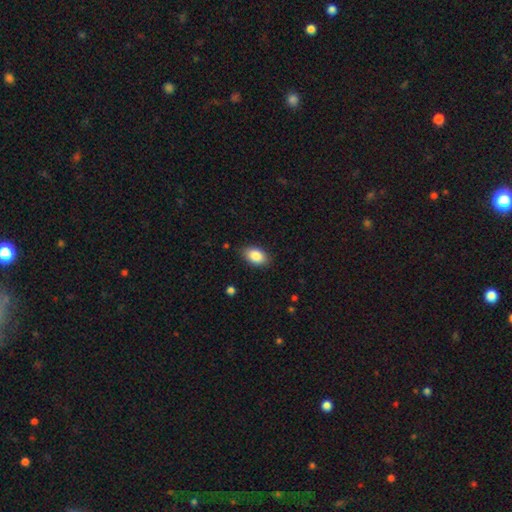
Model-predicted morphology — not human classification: Overall: smooth (88%). How rounded: in between (90%). Merging: none (84%).